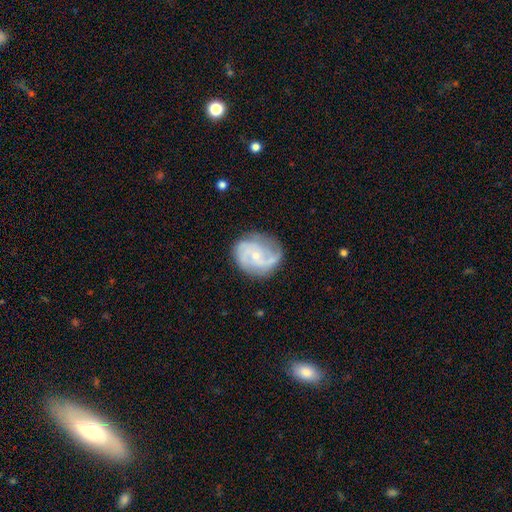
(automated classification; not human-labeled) Smooth or featured? featured or disk (79%)
Edge-on disk? no (98%)
Bar? no (66%)
Spiral arms? yes (93%)
Spiral winding? medium (46%)
Spiral arm count? 2 (49%)
Bulge size? small (72%)
Merging? none (70%)